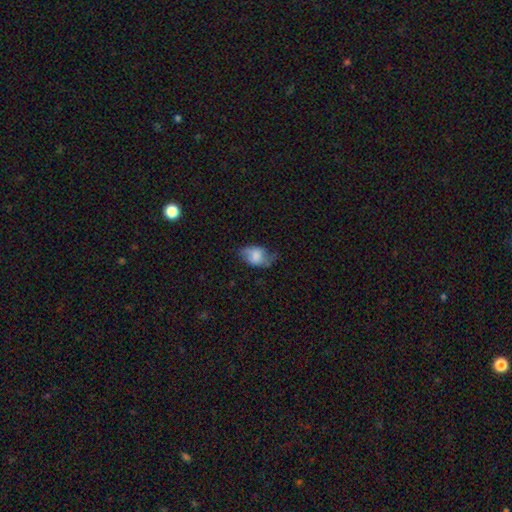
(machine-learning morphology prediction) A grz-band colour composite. It shows a smooth galaxy with no disk features (60%) that is in between round and cigar-shaped (84%). Merging: none (47%).